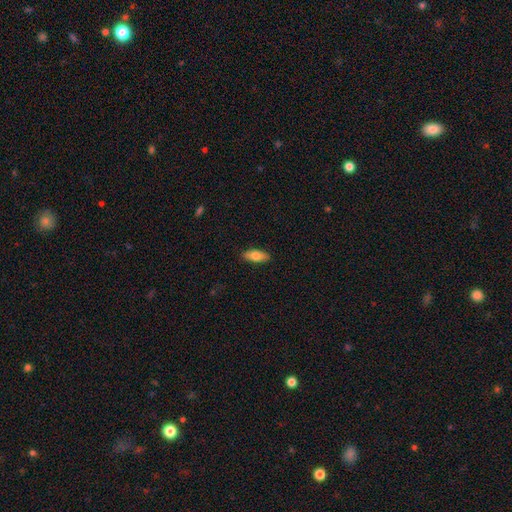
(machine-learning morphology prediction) A smooth galaxy with no disk features (75%) that is in between round and cigar-shaped (77%).

Vote fractions:
- Smooth or featured? smooth: 75% / featured or disk: 19% / star or artifact: 6%
- How rounded? in between: 77% / cigar-shaped: 21% / round: 3%
- Merging? none: 89% / minor disturbance: 9% / major disturbance: 2% / merger: 1%